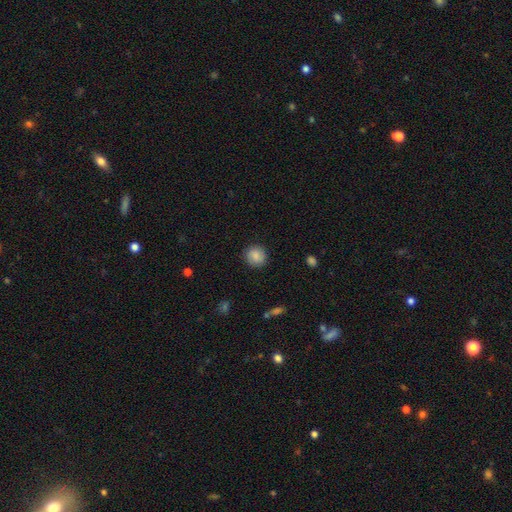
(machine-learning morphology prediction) This appears to be a smooth galaxy with no disk features (84%) that is round (88%). Merging: none (88%).